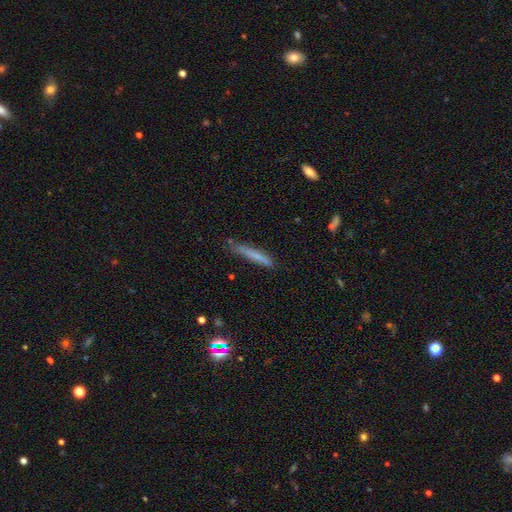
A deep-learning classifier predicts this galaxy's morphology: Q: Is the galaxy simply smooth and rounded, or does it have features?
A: smooth — 69%.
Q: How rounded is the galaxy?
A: cigar-shaped — 95%.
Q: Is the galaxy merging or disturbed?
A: none — 75%.